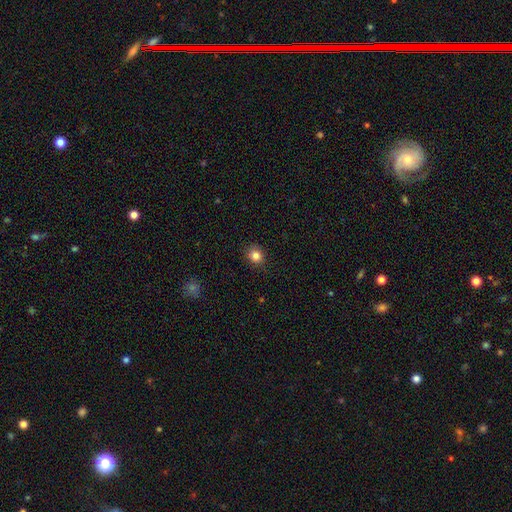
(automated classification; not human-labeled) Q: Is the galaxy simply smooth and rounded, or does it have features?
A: smooth — 83%.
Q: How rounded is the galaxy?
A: round — 78%.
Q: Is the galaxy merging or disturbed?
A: none — 86%.